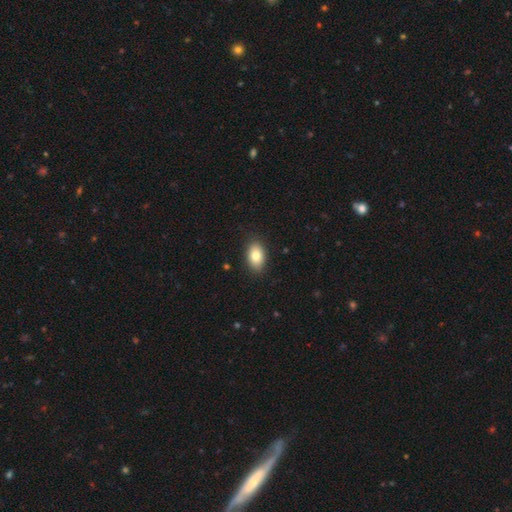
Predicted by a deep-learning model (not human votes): This is clearly a smooth galaxy (82%). How rounded: clearly in between (89%). Merging: clearly none (87%).